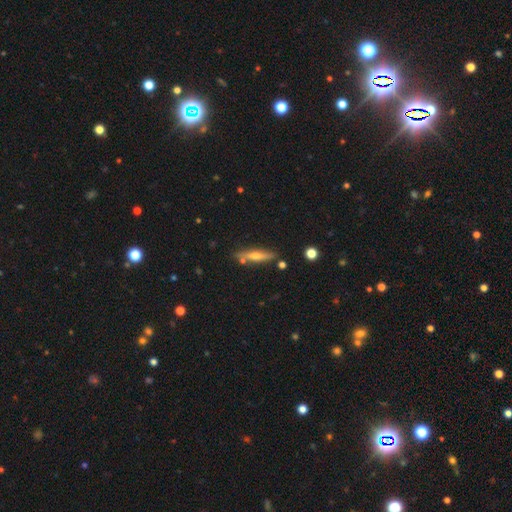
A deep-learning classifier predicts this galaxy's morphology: A featured or disk galaxy (51%) viewed edge-on (91%). Merging: none (81%).